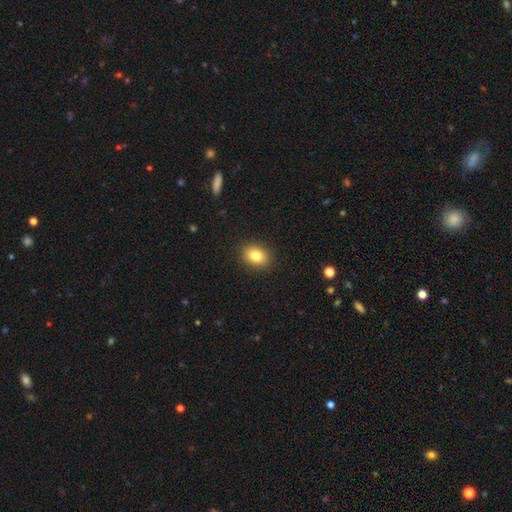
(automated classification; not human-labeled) This is clearly a smooth galaxy (82%). How rounded: likely in between (62%). Merging: clearly none (90%).